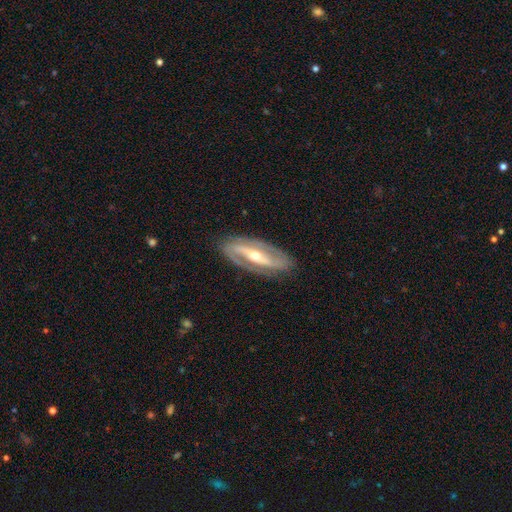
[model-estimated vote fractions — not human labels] smooth-or-featured: featured or disk: 87% | smooth: 8% | star or artifact: 5%
  disk-edge-on: no: 87% | yes: 13%
    bar: strong: 63% | weak: 21% | no: 16%
    has-spiral-arms: yes: 89% | no: 11%
      spiral-winding: medium: 43% | tight: 32% | loose: 25%
      spiral-arm-count: 2: 90% | can't tell: 5% | 1: 2% | 3: 1% | 4: 1% | more than 4: 1%
    bulge-size: moderate: 54% | small: 42% | large: 2% | none: 1% | dominant: 1%
  merging: none: 85% | minor disturbance: 10% | major disturbance: 3% | merger: 1%